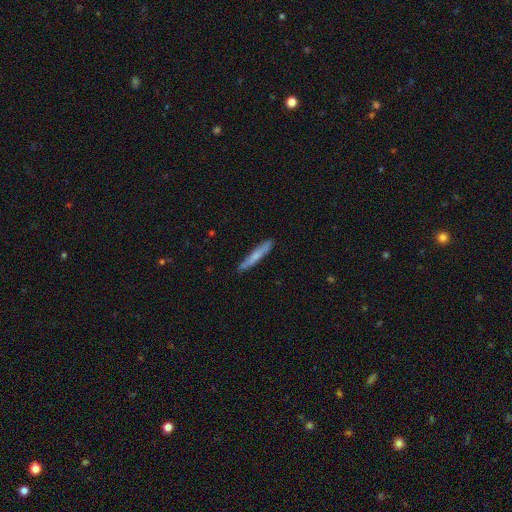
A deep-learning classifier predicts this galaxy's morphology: Smooth or featured?
  - smooth: 70% *
  - featured or disk: 24%
  - star or artifact: 6%
How rounded?
  - cigar-shaped: 95% *
  - in between: 4%
  - round: 1%
Merging?
  - none: 88% *
  - minor disturbance: 9%
  - major disturbance: 2%
  - merger: 1%